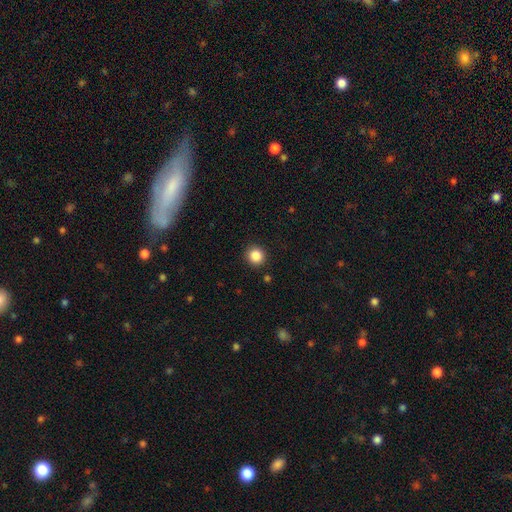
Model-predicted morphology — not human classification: This appears to be a smooth galaxy with no disk features (86%) that is round (93%). Merging: none (91%).